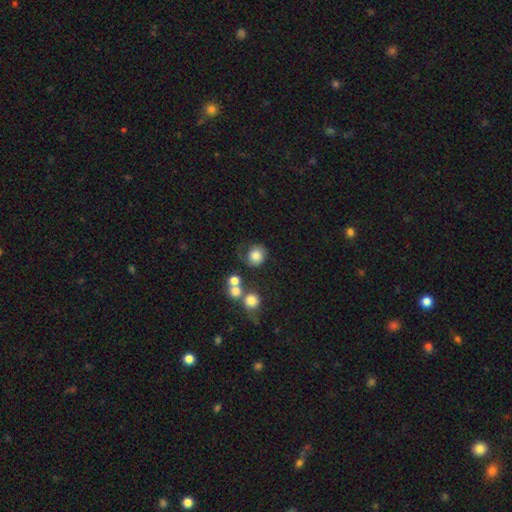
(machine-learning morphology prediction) smooth_or_featured: smooth (p=0.77) [alt: featured or disk p=0.13]
how_rounded: round (p=0.80) [alt: in between p=0.19]
merging: none (p=0.52) [alt: minor disturbance p=0.22]